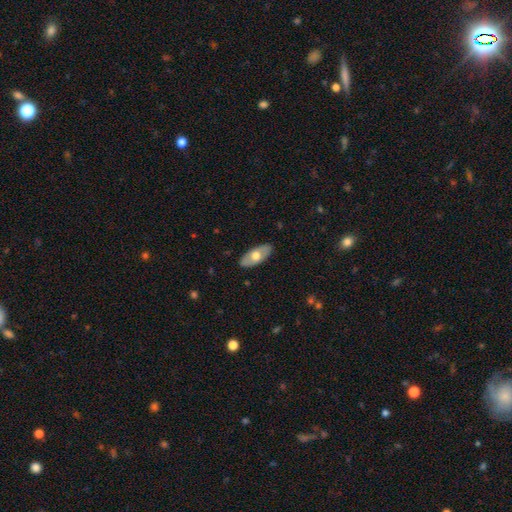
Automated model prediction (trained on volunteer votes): Morphology: type=smooth (58%); roundness=in between (90%); merging=none (87%).